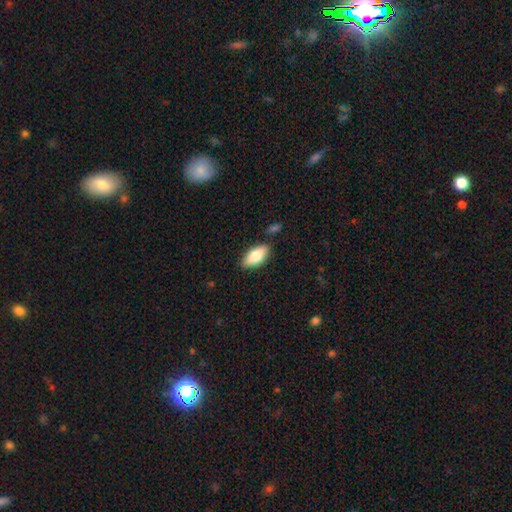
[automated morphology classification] smooth 79%, featured or disk 15%, star or artifact 6%. Down the decision tree: how rounded — in between (89%); merging — none (83%).